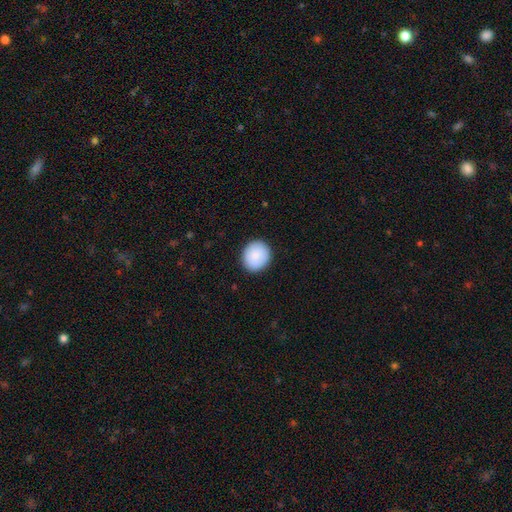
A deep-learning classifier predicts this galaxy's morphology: smooth-or-featured: smooth: 87% | star or artifact: 6% | featured or disk: 6%
  how-rounded: round: 83% | in between: 17% | cigar-shaped: 1%
  merging: none: 90% | minor disturbance: 7% | major disturbance: 2% | merger: 1%